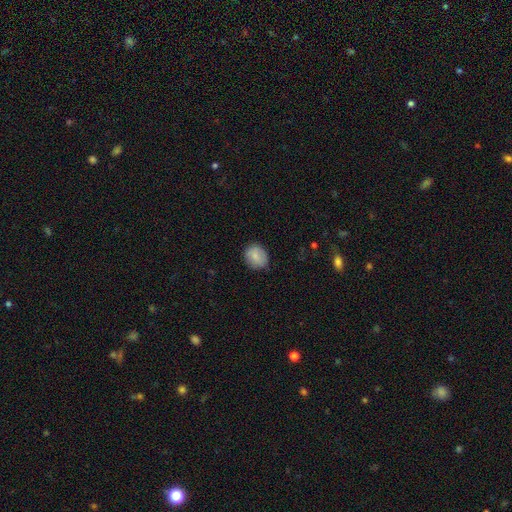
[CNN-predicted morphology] smooth 82%, featured or disk 11%, star or artifact 8%. Down the decision tree: how rounded — round (60%); merging — none (81%).